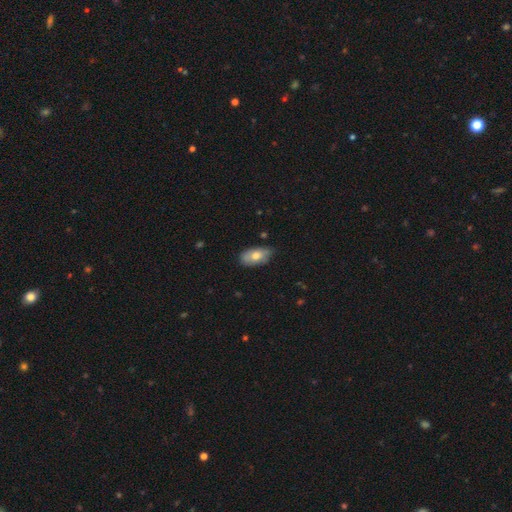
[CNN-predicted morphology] Smooth or featured?
  - smooth: 70% *
  - featured or disk: 23%
  - star or artifact: 7%
How rounded?
  - in between: 92% *
  - round: 5%
  - cigar-shaped: 3%
Merging?
  - none: 66% *
  - minor disturbance: 29%
  - major disturbance: 4%
  - merger: 2%